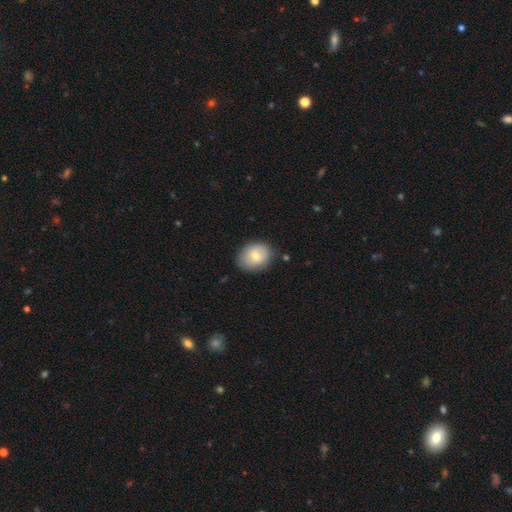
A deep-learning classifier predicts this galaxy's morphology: Overall: smooth (74%). How rounded: in between (57%; round 42%). Merging: none (81%).